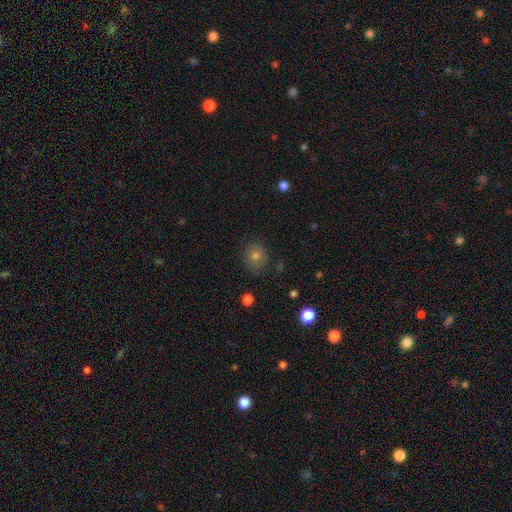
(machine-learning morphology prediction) Smooth or featured? smooth (70%)
How rounded? round (77%)
Merging? none (83%)